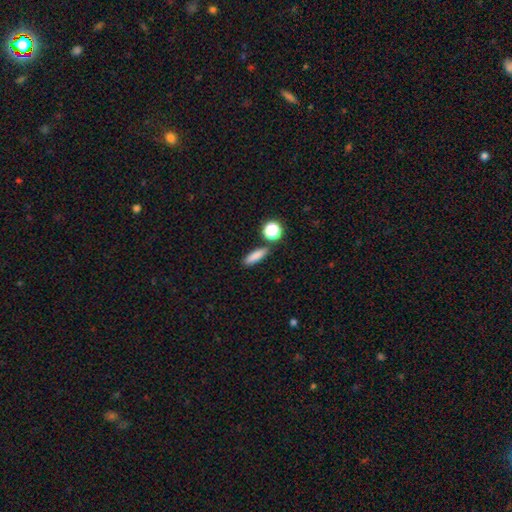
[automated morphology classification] A smooth galaxy with no disk features (83%) that is cigar-shaped (51%). Merging: none (82%).